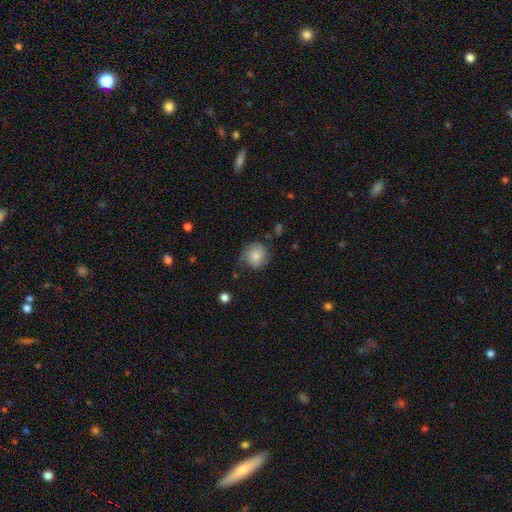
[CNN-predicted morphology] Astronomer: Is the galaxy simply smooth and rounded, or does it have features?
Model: smooth — 68%.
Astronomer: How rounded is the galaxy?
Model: round — 84%.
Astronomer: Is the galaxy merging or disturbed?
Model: none — 65%.